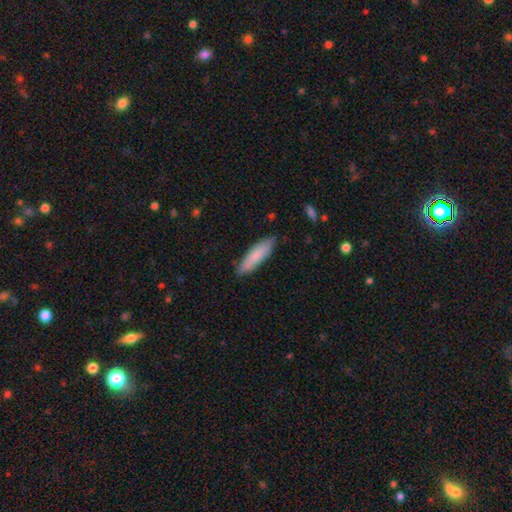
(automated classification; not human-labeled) smooth_or_featured: smooth (p=0.79) [alt: featured or disk p=0.15]
how_rounded: cigar-shaped (p=0.71) [alt: in between p=0.27]
merging: none (p=0.85) [alt: minor disturbance p=0.11]